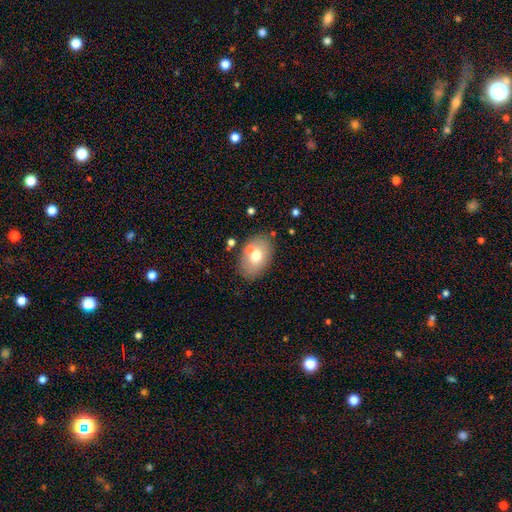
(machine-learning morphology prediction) type=smooth (68%); roundness=in between (83%); merging=none (74%).